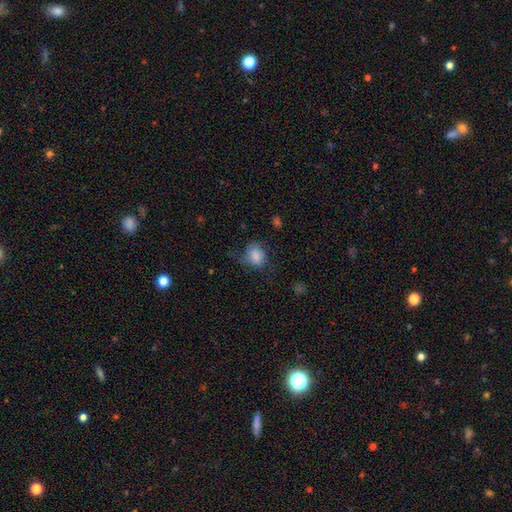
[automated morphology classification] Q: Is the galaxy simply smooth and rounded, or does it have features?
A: smooth — 76%.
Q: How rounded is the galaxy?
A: round — 50%.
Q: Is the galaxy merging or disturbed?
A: none — 47%.